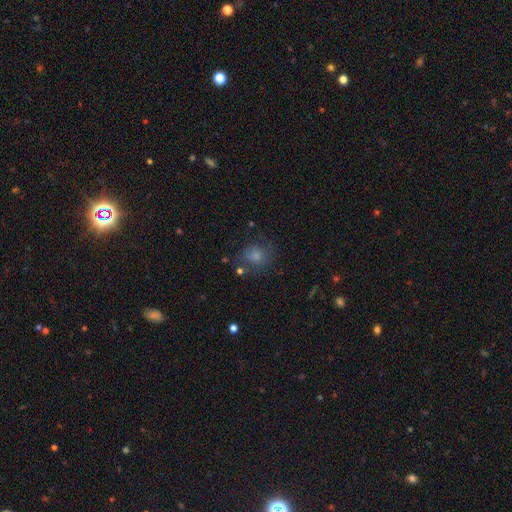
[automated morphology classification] This is likely a smooth galaxy (74%). How rounded: likely round (75%). Merging: likely none (63%).